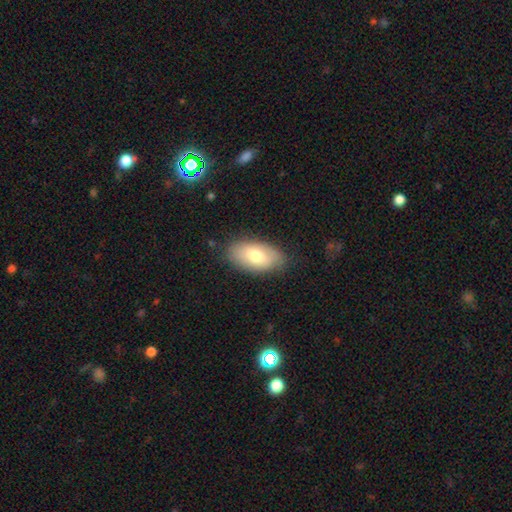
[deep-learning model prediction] Smooth or featured?
  - smooth: 73% *
  - featured or disk: 20%
  - star or artifact: 7%
How rounded?
  - in between: 94% *
  - round: 3%
  - cigar-shaped: 3%
Merging?
  - none: 82% *
  - minor disturbance: 14%
  - major disturbance: 3%
  - merger: 1%